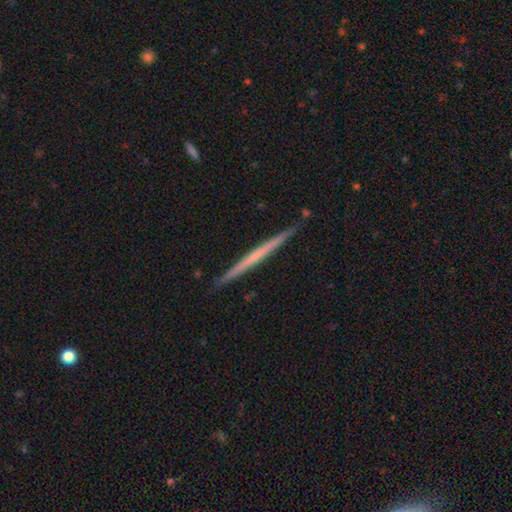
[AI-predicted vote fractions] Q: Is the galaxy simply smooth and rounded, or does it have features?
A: featured or disk — 59%.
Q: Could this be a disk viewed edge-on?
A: yes — 98%.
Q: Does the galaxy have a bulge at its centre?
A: none — 88%.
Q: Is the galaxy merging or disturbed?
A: none — 91%.